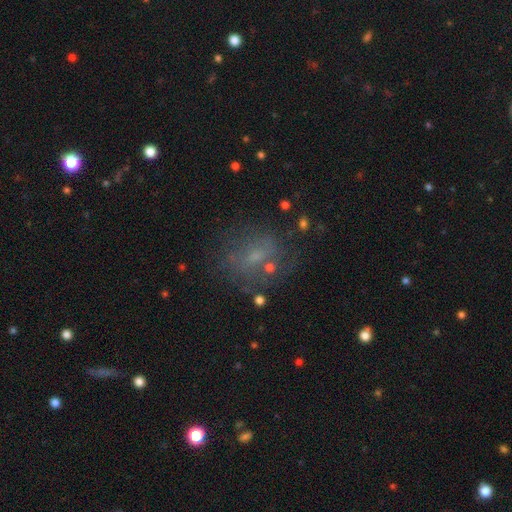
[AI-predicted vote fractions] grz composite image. It shows a smooth galaxy with no disk features (46%). Merging: none (62%).